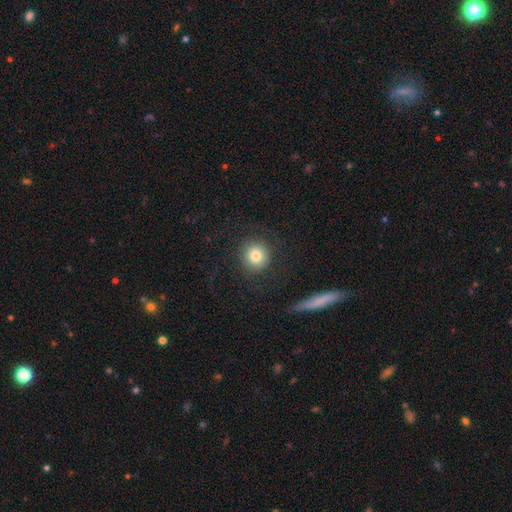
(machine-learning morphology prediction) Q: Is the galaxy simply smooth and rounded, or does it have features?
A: smooth — 80%.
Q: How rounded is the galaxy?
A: round — 93%.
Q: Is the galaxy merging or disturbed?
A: none — 84%.